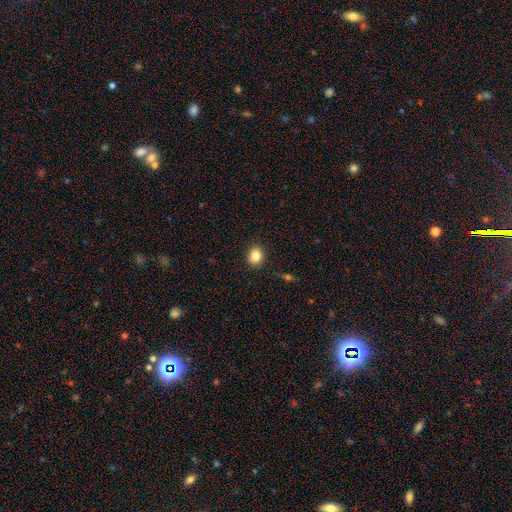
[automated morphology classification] smooth-or-featured: smooth: 83% | star or artifact: 10% | featured or disk: 6%
  how-rounded: round: 69% | in between: 30% | cigar-shaped: 1%
  merging: none: 88% | minor disturbance: 9% | major disturbance: 2% | merger: 1%